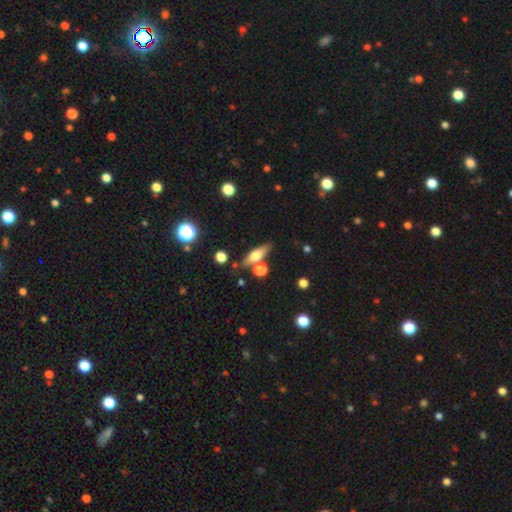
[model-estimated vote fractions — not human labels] smooth-or-featured: smooth: 48% | featured or disk: 42% | star or artifact: 9%
  merging: none: 73% | minor disturbance: 12% | merger: 11% | major disturbance: 4%